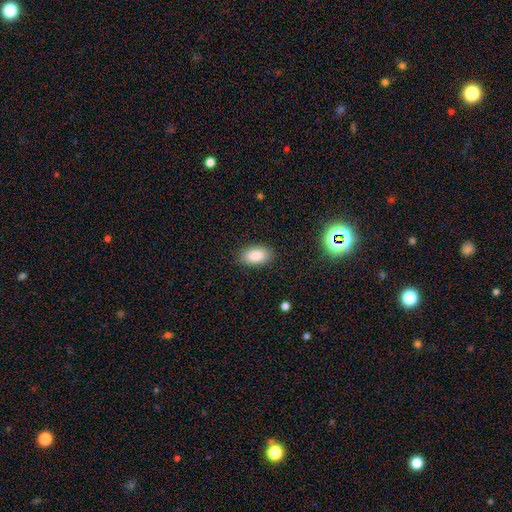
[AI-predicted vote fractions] Q: Smooth or featured?
A: smooth (86%); runner-up: star or artifact (8%)
Q: How rounded?
A: in between (94%); runner-up: round (4%)
Q: Merging?
A: none (88%); runner-up: minor disturbance (9%)